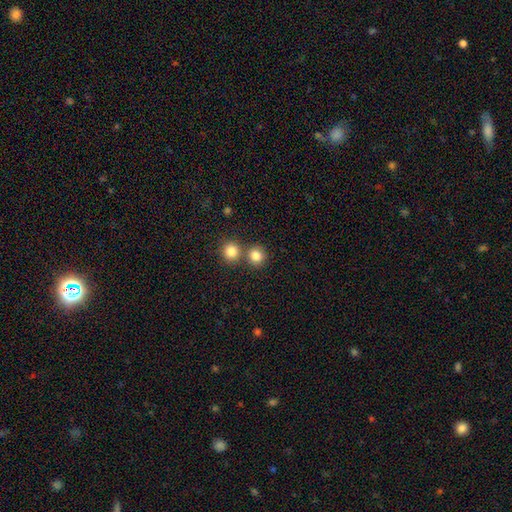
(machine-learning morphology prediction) The model was most divided on "merging": none: 64%, merger: 27%, minor disturbance: 7%, major disturbance: 2%. More confident: how rounded — round (88%); smooth or featured — smooth (83%).